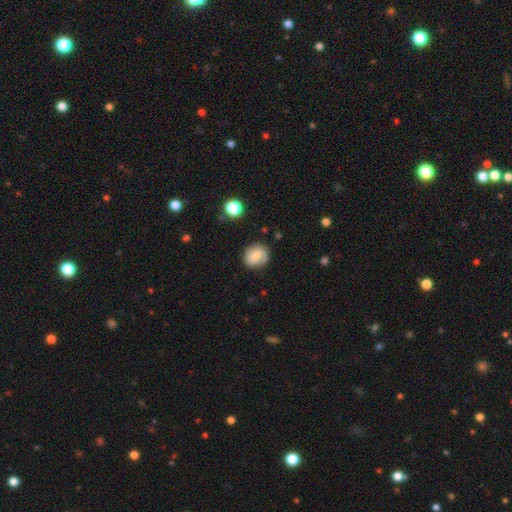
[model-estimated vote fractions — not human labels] A smooth galaxy with no disk features (60%) that is round (77%). Merging: none (77%).